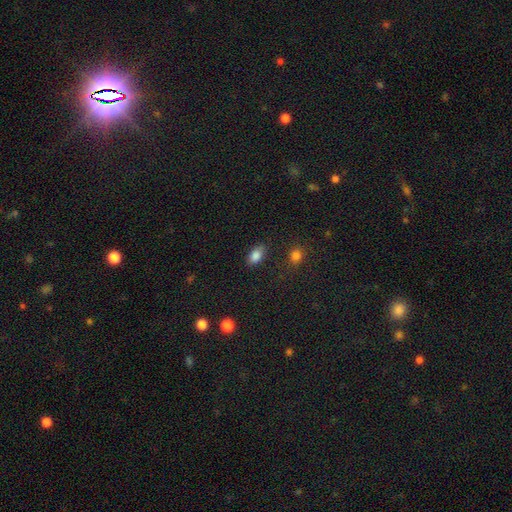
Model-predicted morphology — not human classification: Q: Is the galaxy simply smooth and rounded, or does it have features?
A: smooth — 85%.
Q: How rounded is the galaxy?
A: in between — 88%.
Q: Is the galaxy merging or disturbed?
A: none — 79%.